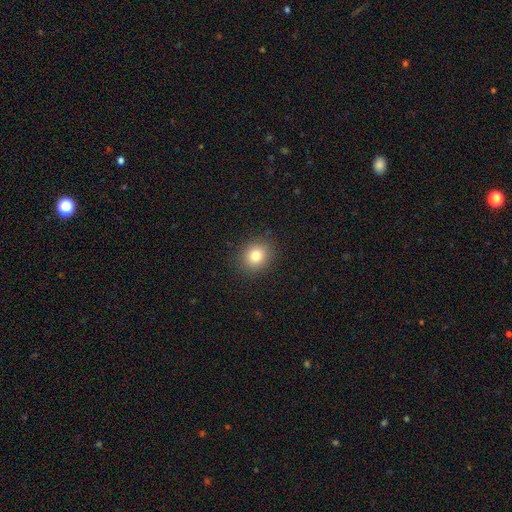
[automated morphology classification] Smooth or featured?
  - smooth: 81% *
  - star or artifact: 11%
  - featured or disk: 8%
How rounded?
  - round: 71% *
  - in between: 28%
  - cigar-shaped: 1%
Merging?
  - none: 89% *
  - minor disturbance: 7%
  - major disturbance: 2%
  - merger: 1%